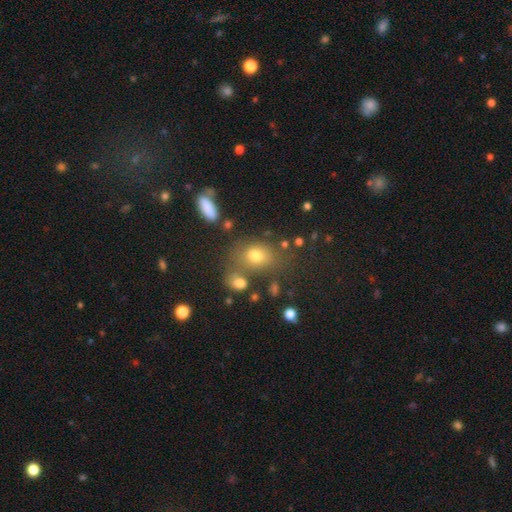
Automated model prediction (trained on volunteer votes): Overall: smooth (72%). How rounded: in between (59%; round 39%). Merging: none (63%).